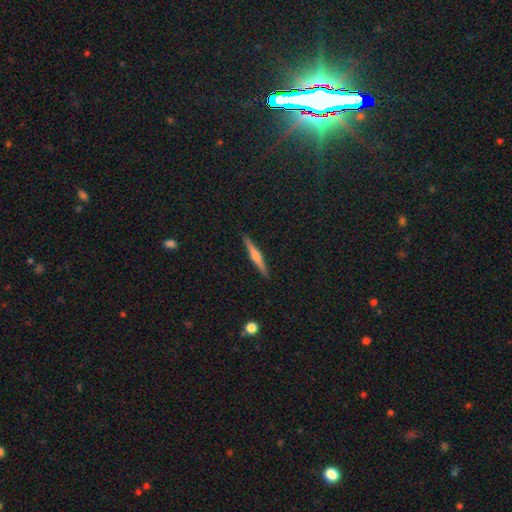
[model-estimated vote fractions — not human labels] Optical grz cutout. It shows a featured or disk galaxy (64%) viewed edge-on (98%) with a rounded central bulge (84%). Merging: none (92%).